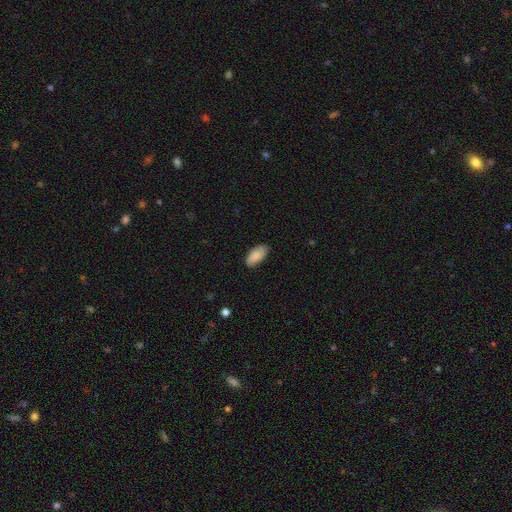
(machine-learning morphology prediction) smooth 86%, featured or disk 8%, star or artifact 6%. Down the decision tree: how rounded — in between (92%); merging — none (81%).